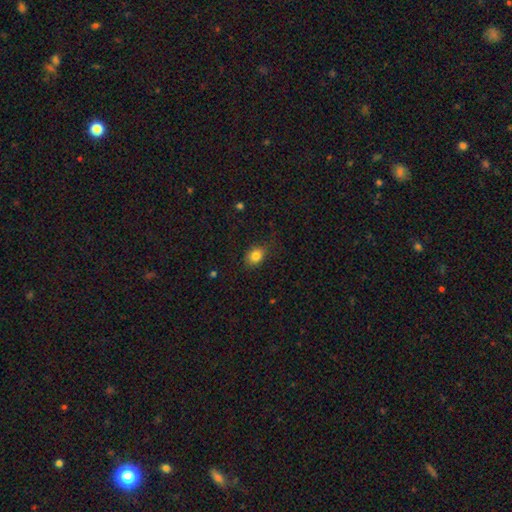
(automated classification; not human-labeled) smooth 83%, star or artifact 10%, featured or disk 6%. Down the decision tree: how rounded — in between (56%); merging — none (78%).